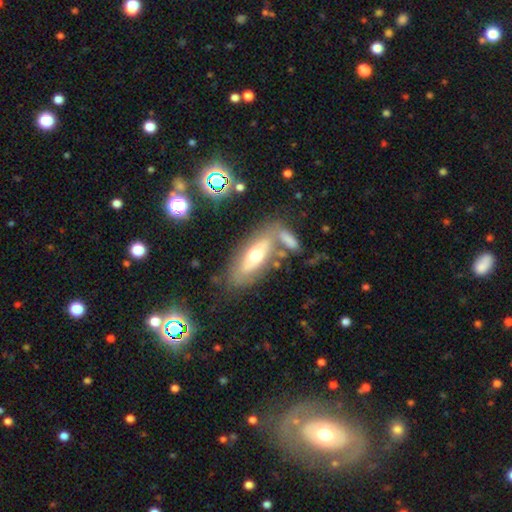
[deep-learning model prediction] This is possibly a featured or disk galaxy (47%). Merging: likely none (63%).